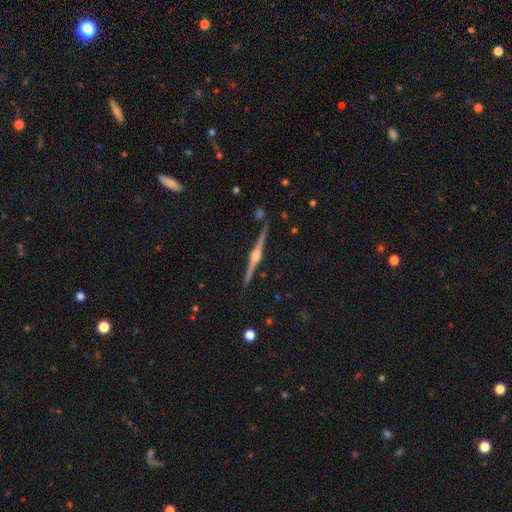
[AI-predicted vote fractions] smooth-or-featured: featured or disk: 88% | smooth: 7% | star or artifact: 6%
  disk-edge-on: yes: 99% | no: 1%
    edge-on-bulge: rounded: 93% | boxy: 5% | none: 2%
  merging: none: 89% | minor disturbance: 8% | merger: 2% | major disturbance: 2%